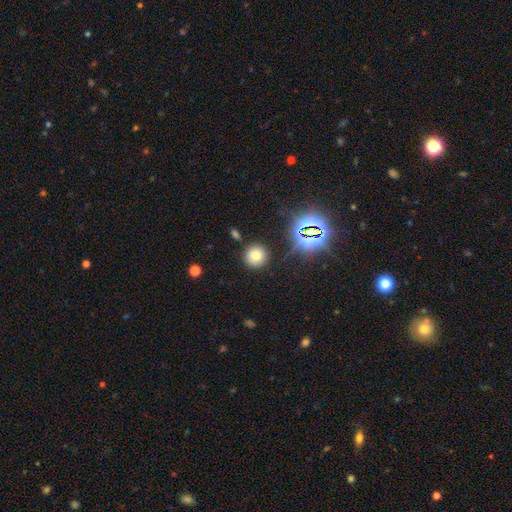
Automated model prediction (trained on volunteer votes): Morphology: type=smooth (71%); roundness=round (93%); merging=none (85%).